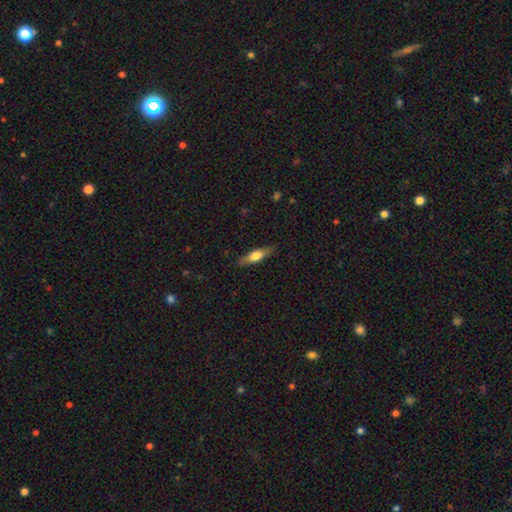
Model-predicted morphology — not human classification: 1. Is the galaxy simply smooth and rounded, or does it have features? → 58% smooth, 36% featured or disk, 6% star or artifact.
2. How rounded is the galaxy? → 61% cigar-shaped, 37% in between, 3% round.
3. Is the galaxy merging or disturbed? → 85% none, 11% minor disturbance, 3% major disturbance, 1% merger.